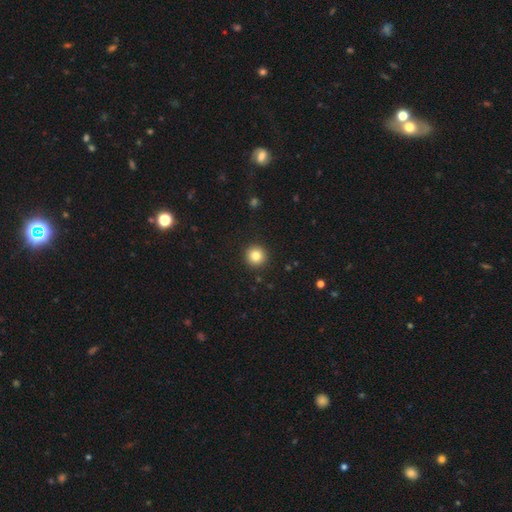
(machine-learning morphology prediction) smooth-or-featured: smooth: 82% | star or artifact: 11% | featured or disk: 7%
  how-rounded: round: 96% | in between: 3% | cigar-shaped: 1%
  merging: none: 93% | minor disturbance: 5% | major disturbance: 2% | merger: 1%